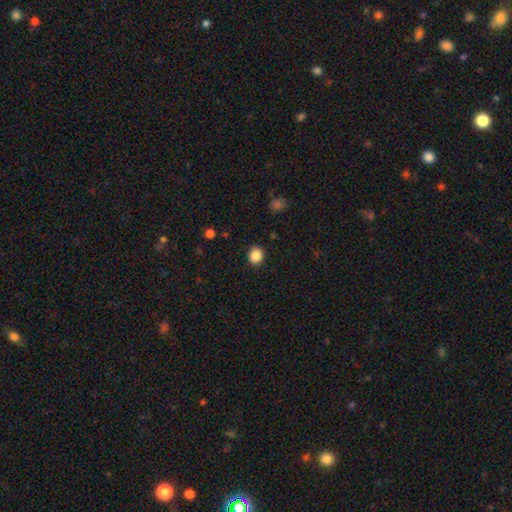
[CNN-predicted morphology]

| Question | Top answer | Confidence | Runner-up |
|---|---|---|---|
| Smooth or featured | smooth | 86% | star or artifact (10%) |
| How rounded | round | 80% | in between (19%) |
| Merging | none | 90% | minor disturbance (7%) |